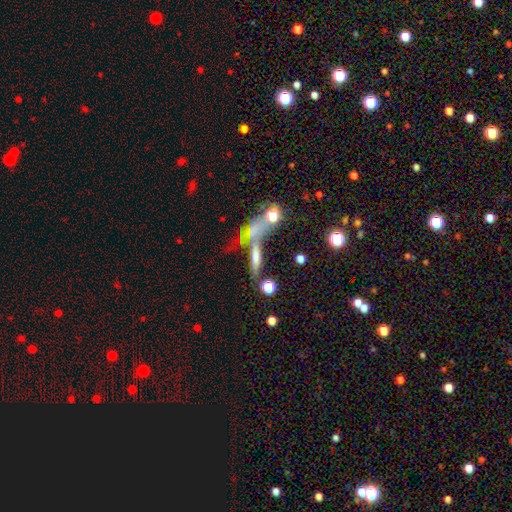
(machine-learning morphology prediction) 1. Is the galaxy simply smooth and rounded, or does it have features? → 44% smooth, 38% featured or disk, 18% star or artifact.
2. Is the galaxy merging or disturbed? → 40% none, 36% merger, 13% minor disturbance, 12% major disturbance.